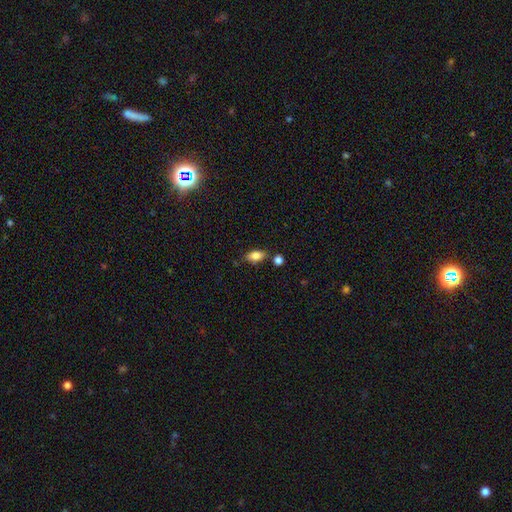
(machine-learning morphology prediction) Smooth or featured? Predicted: smooth (p=0.80). How rounded? Predicted: in between (p=0.86). Merging? Predicted: none (p=0.75).